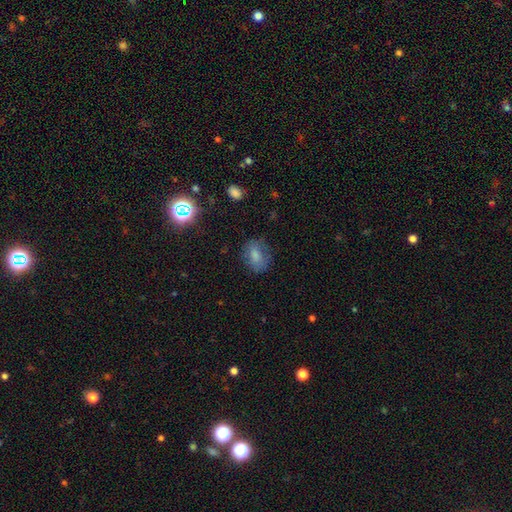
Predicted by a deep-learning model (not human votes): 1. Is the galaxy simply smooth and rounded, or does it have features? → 75% smooth, 14% featured or disk, 11% star or artifact.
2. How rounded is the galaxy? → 68% in between, 31% round, 2% cigar-shaped.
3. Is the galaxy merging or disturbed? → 70% none, 20% minor disturbance, 9% major disturbance, 2% merger.